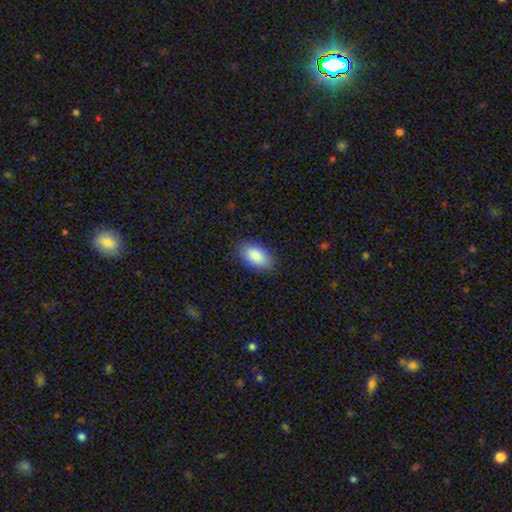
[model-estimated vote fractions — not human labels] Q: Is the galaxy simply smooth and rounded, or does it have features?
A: smooth — 87%.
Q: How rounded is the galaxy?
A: in between — 94%.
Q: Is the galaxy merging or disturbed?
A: none — 87%.